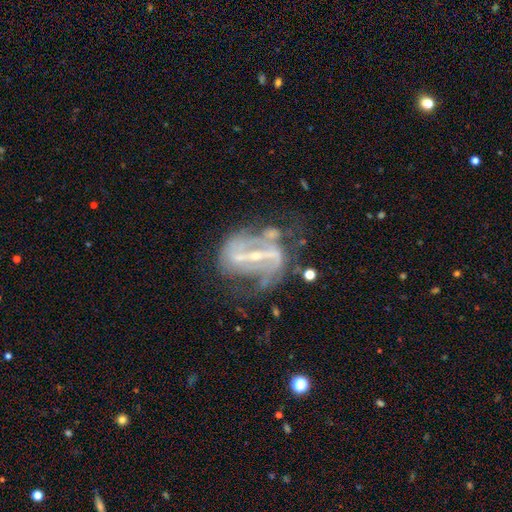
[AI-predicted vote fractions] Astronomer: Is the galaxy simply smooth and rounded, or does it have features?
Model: featured or disk — 86%.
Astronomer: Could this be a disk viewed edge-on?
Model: no — 93%.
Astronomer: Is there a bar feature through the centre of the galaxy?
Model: strong — 75%.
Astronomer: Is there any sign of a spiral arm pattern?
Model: yes — 84%.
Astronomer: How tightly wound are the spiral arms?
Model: medium — 43% (runner-up: loose, 29%).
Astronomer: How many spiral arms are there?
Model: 2 — 68%.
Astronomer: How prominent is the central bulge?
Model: small — 72%.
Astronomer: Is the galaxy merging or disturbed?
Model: none — 44% (runner-up: major disturbance, 26%).